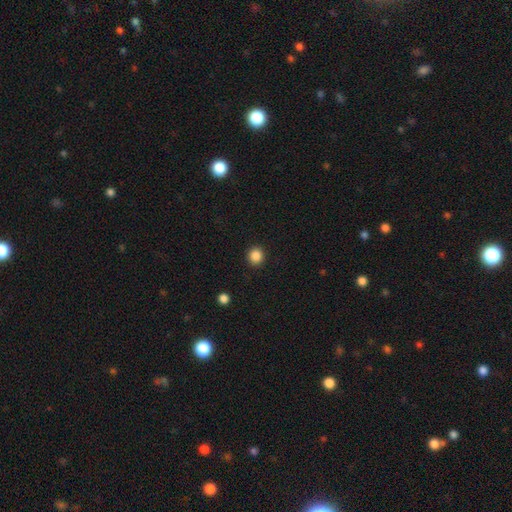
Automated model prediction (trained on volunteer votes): Smooth or featured: smooth — 86% (star or artifact — 10%)
How rounded: round — 88% (in between — 11%)
Merging: none — 92% (minor disturbance — 5%)